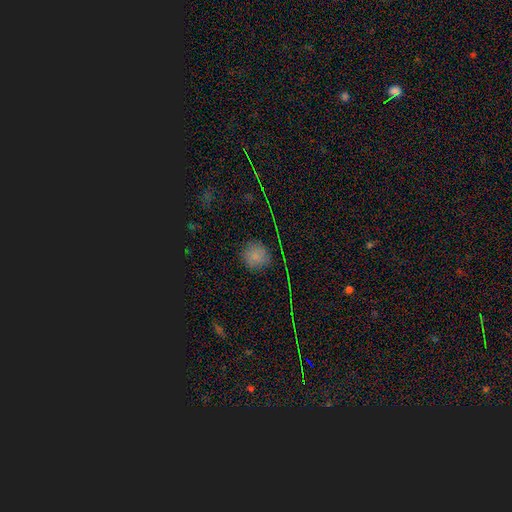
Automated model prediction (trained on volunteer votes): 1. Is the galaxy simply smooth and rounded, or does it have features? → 70% smooth, 21% star or artifact, 9% featured or disk.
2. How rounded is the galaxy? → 89% round, 9% in between, 1% cigar-shaped.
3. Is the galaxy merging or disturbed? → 80% none, 14% minor disturbance, 4% major disturbance, 2% merger.